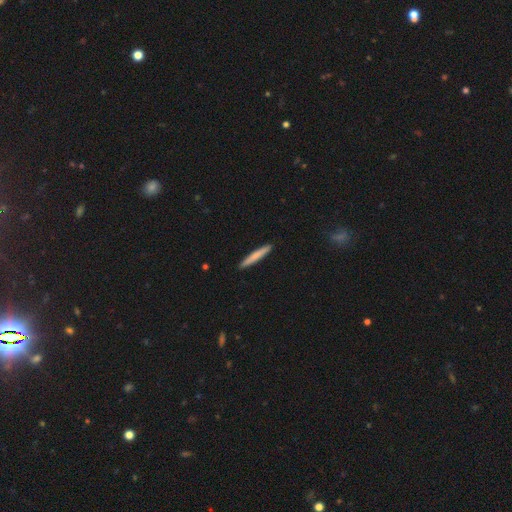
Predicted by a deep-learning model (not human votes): Smooth or featured?
  - smooth: 74% *
  - featured or disk: 21%
  - star or artifact: 5%
How rounded?
  - cigar-shaped: 96% *
  - in between: 3%
  - round: 1%
Merging?
  - none: 93% *
  - minor disturbance: 5%
  - major disturbance: 1%
  - merger: 1%